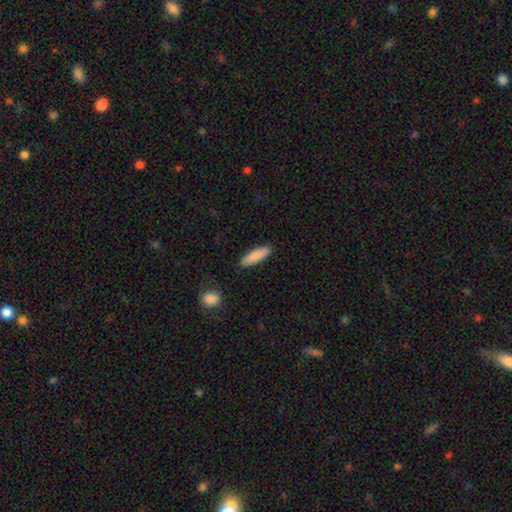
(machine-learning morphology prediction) type=smooth (85%); roundness=cigar-shaped (54%); merging=none (88%).